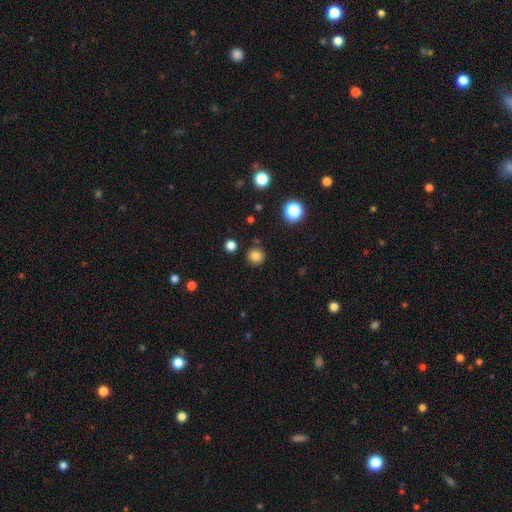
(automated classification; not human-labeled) A smooth galaxy with no disk features (82%) that is round (94%). Merging: none (88%).